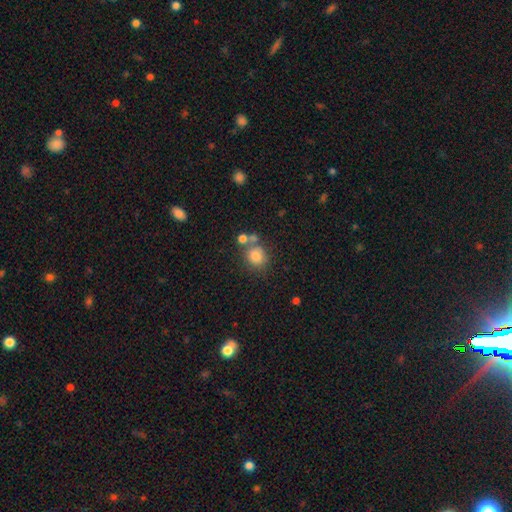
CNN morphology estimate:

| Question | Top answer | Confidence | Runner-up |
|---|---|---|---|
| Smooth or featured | smooth | 80% | star or artifact (12%) |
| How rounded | round | 74% | in between (25%) |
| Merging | none | 60% | merger (22%) |